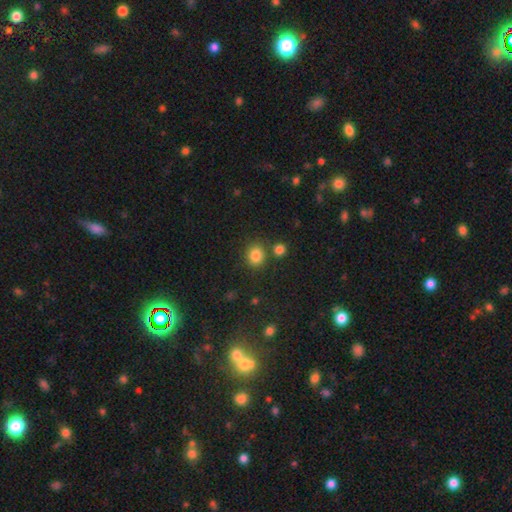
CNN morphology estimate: A smooth galaxy with no disk features (83%) that is round (73%). Merging: none (77%).